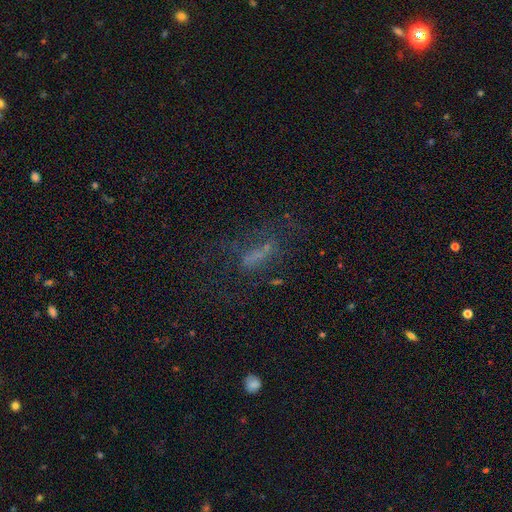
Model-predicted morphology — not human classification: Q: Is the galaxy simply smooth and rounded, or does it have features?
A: smooth — 37%.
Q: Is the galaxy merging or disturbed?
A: none — 45%.